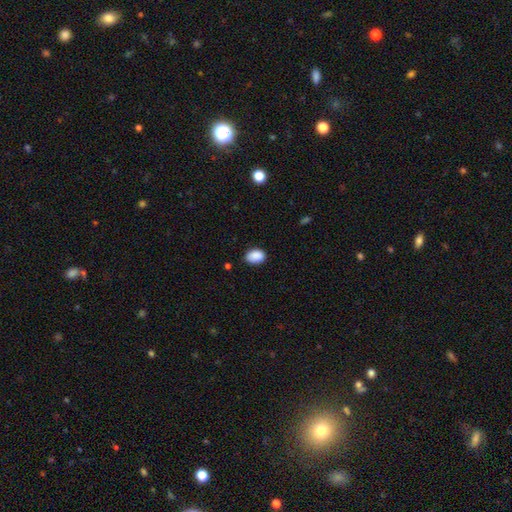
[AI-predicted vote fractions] Q: Smooth or featured?
A: smooth (89%); runner-up: star or artifact (8%)
Q: How rounded?
A: in between (78%); runner-up: round (21%)
Q: Merging?
A: none (81%); runner-up: minor disturbance (15%)